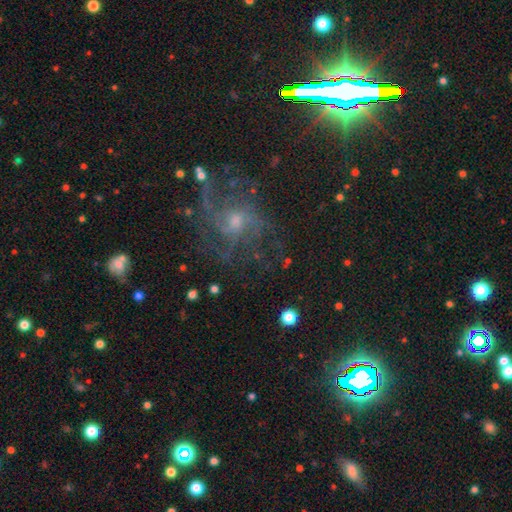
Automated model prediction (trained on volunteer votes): A featured or disk galaxy (57%) with no bar (65%), spiral arms (86%) and a small central bulge (50%). Merging: none (67%).